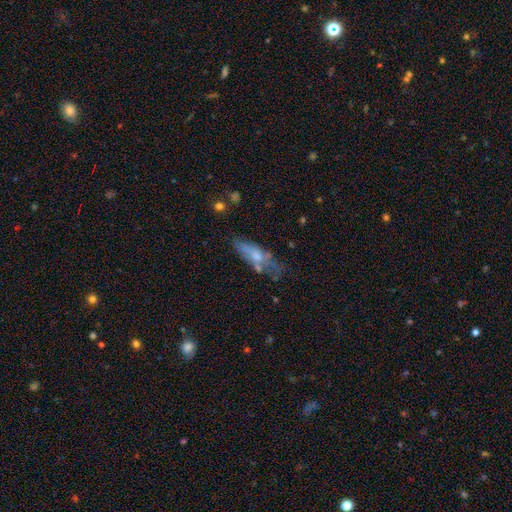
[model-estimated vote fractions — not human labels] Morphology: type=smooth (49%); merging=none (41%).